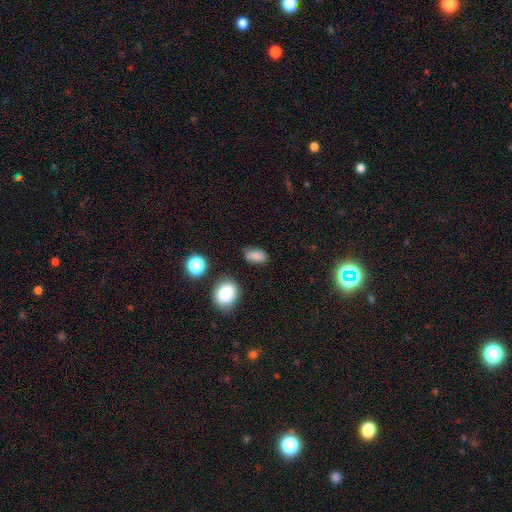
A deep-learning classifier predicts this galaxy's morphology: This appears to be a smooth galaxy with no disk features (77%) that is in between round and cigar-shaped (86%). Merging: none (73%).